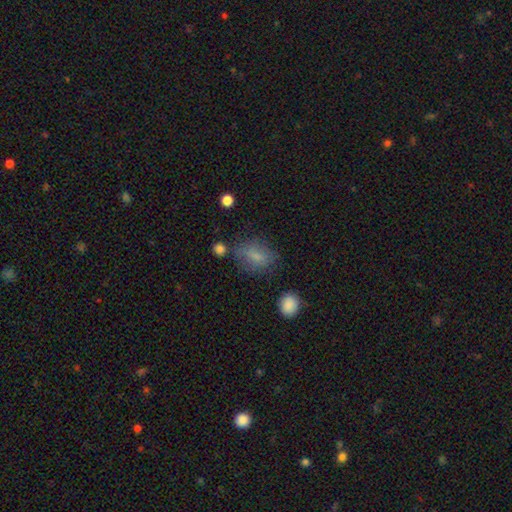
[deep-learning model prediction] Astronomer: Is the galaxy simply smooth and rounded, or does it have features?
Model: smooth — 73%.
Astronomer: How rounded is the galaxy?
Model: in between — 69%.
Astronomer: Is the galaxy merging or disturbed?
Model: none — 63%.